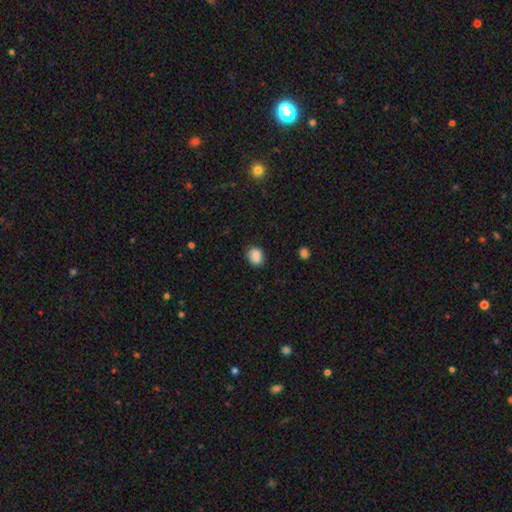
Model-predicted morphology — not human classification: smooth_or_featured: smooth (p=0.87) [alt: star or artifact p=0.09]
how_rounded: in between (p=0.59) [alt: round p=0.39]
merging: none (p=0.80) [alt: minor disturbance p=0.15]